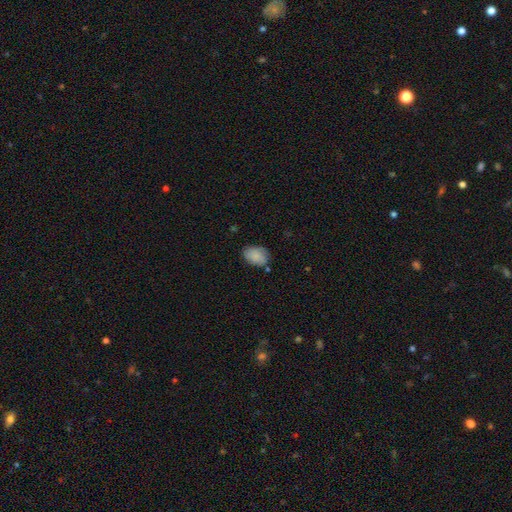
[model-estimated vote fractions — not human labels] Smooth or featured: smooth — 85% (featured or disk — 8%)
How rounded: in between — 78% (round — 21%)
Merging: none — 70% (minor disturbance — 21%)